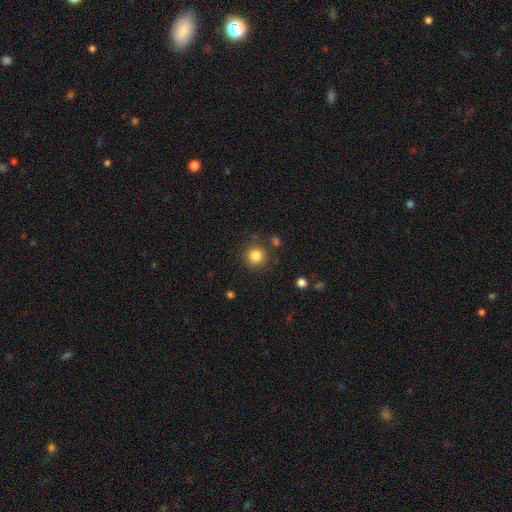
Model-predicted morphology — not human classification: Smooth or featured? Predicted: smooth (p=0.83). How rounded? Predicted: round (p=0.93). Merging? Predicted: none (p=0.85).